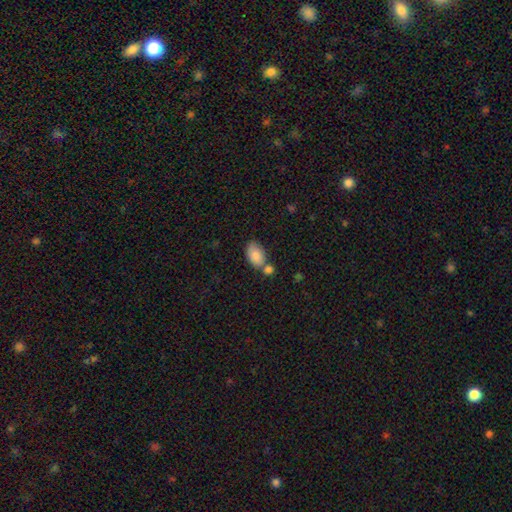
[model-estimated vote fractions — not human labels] smooth-or-featured: smooth: 84% | featured or disk: 9% | star or artifact: 7%
  how-rounded: in between: 91% | round: 7% | cigar-shaped: 1%
  merging: none: 48% | merger: 31% | minor disturbance: 16% | major disturbance: 5%